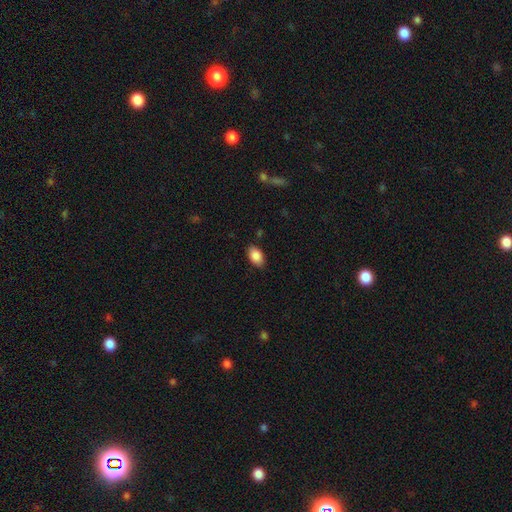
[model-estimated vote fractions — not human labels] Smooth or featured: smooth — 88% (star or artifact — 7%)
How rounded: in between — 91% (round — 8%)
Merging: none — 86% (minor disturbance — 11%)